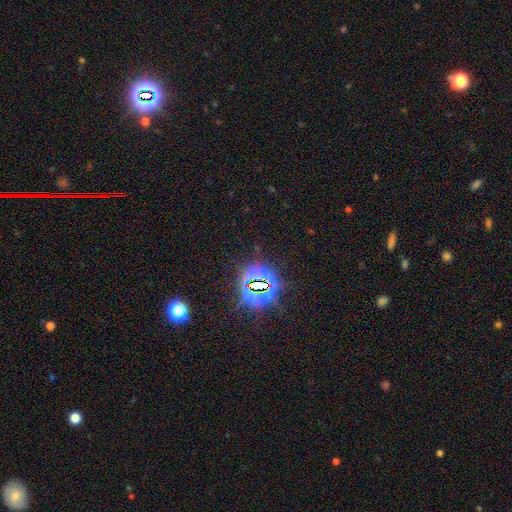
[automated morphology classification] A star or artifact, not a galaxy (81%).

Vote fractions:
- Smooth or featured? star or artifact: 81% / smooth: 11% / featured or disk: 8%